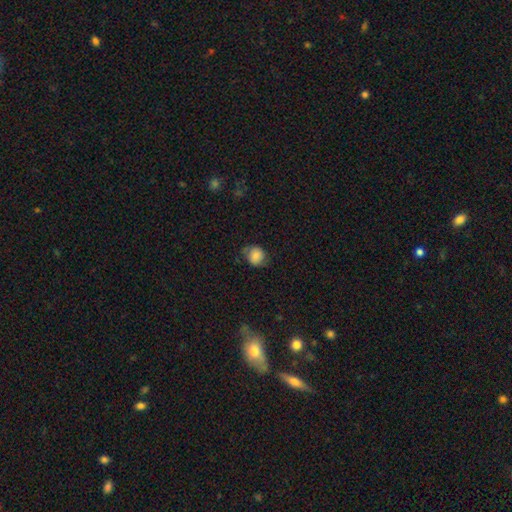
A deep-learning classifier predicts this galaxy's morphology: The model was most divided on "merging": none: 68%, minor disturbance: 23%, major disturbance: 7%, merger: 2%. More confident: smooth or featured — smooth (80%); how rounded — round (76%).